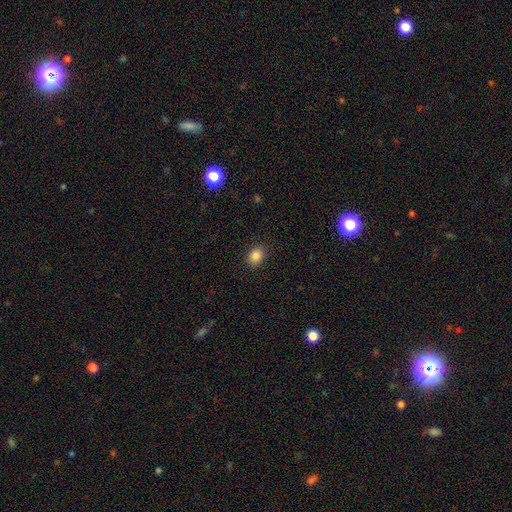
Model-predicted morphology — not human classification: Overall: smooth (86%). How rounded: in between (59%; round 40%). Merging: none (87%).